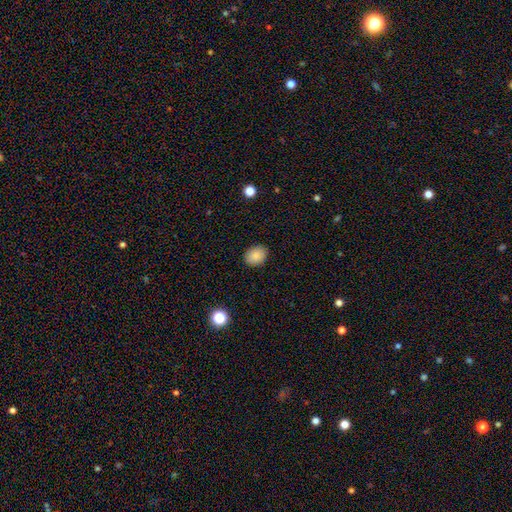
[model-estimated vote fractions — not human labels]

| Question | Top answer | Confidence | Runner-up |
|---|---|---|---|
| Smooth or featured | smooth | 87% | star or artifact (9%) |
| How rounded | in between | 62% | round (37%) |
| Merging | none | 89% | minor disturbance (8%) |